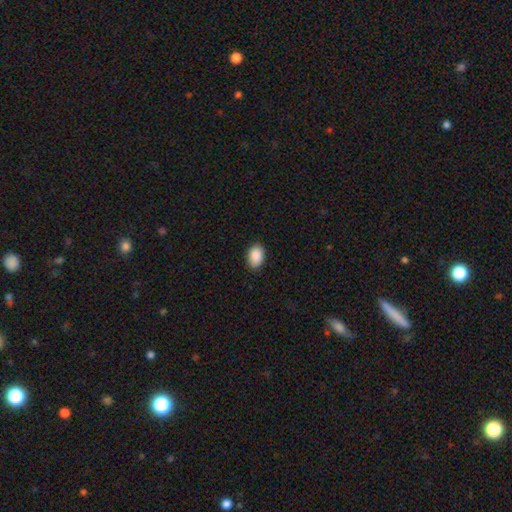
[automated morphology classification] Smooth or featured? Predicted: smooth (p=0.90). How rounded? Predicted: in between (p=0.87). Merging? Predicted: none (p=0.86).